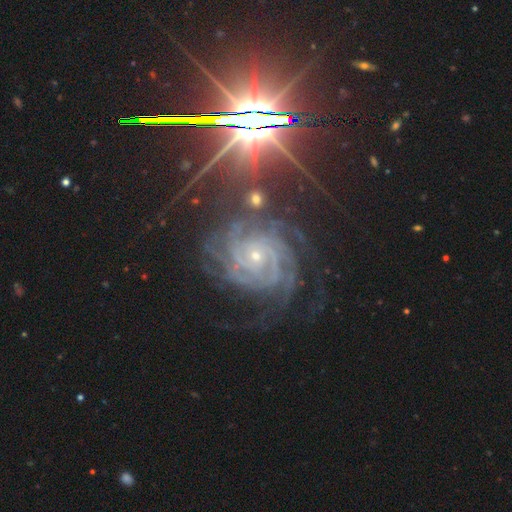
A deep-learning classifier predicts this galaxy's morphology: Smooth or featured? Predicted: featured or disk (p=0.80). Edge-on disk? Predicted: no (p=0.97). Bar? Predicted: no (p=0.75). Spiral arms? Predicted: yes (p=0.98). Spiral winding? Predicted: tight (p=0.76). Spiral arm count? Predicted: more than 4 (p=0.24). Bulge size? Predicted: small (p=0.78). Merging? Predicted: none (p=0.70).